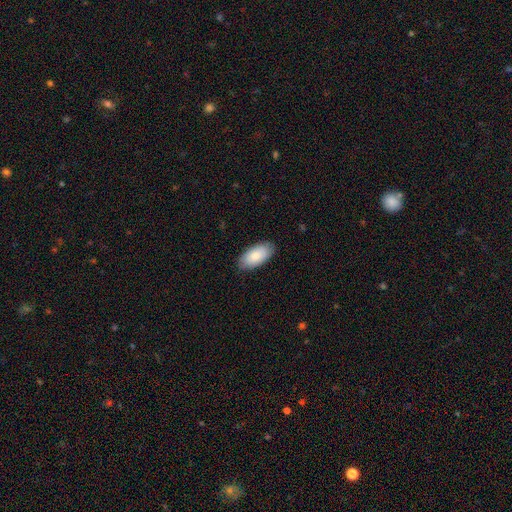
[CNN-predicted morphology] This is clearly a smooth galaxy (83%). How rounded: clearly in between (95%). Merging: clearly none (87%).